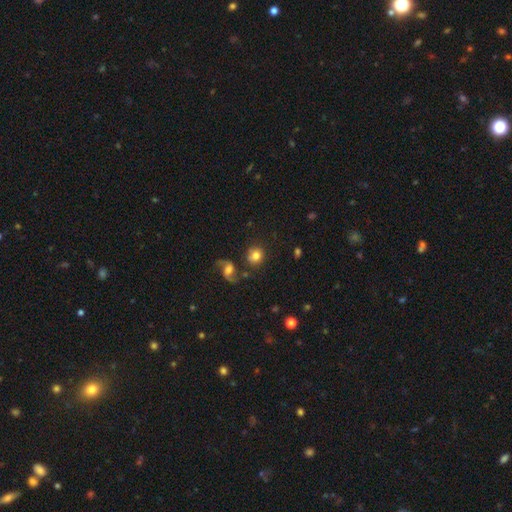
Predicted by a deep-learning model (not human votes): Smooth or featured? Predicted: smooth (p=0.72). How rounded? Predicted: round (p=0.81). Merging? Predicted: none (p=0.72).